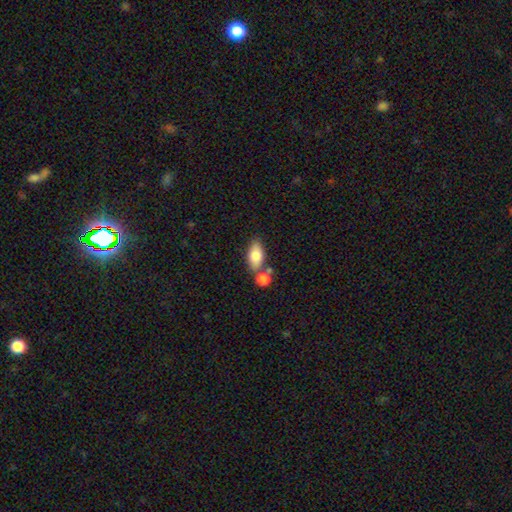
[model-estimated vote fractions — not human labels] smooth 79%, featured or disk 14%, star or artifact 7%. Down the decision tree: how rounded — in between (87%); merging — none (58%).